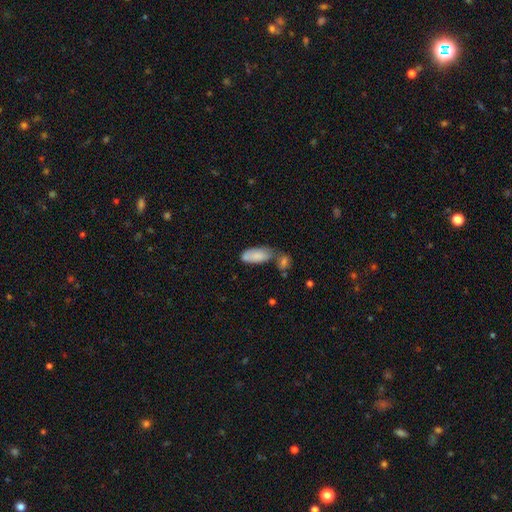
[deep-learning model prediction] A smooth galaxy with no disk features (83%) that is in between round and cigar-shaped (85%). Merging: none (39%).